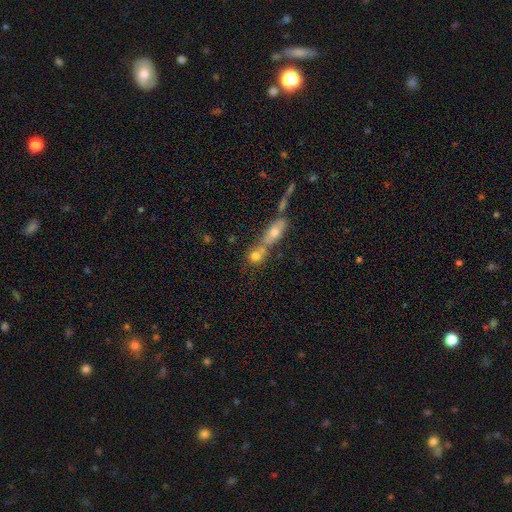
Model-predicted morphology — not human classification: Smooth or featured: smooth — 74% (featured or disk — 15%)
How rounded: round — 67% (in between — 26%)
Merging: merger — 50% (none — 38%)